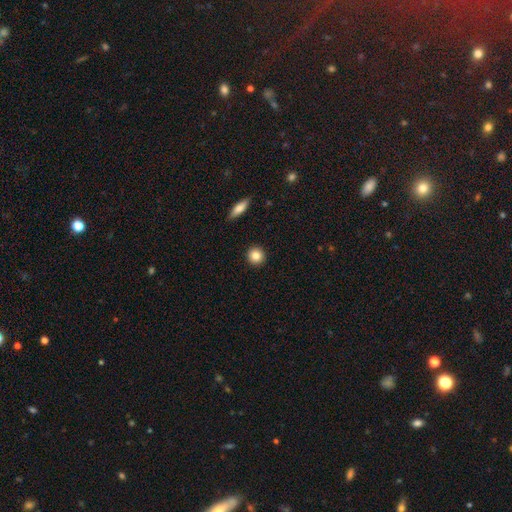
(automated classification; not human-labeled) A smooth galaxy with no disk features (85%) that is round (93%).

Vote fractions:
- Smooth or featured? smooth: 85% / star or artifact: 9% / featured or disk: 7%
- How rounded? round: 93% / in between: 6% / cigar-shaped: 1%
- Merging? none: 92% / minor disturbance: 5% / major disturbance: 2% / merger: 1%